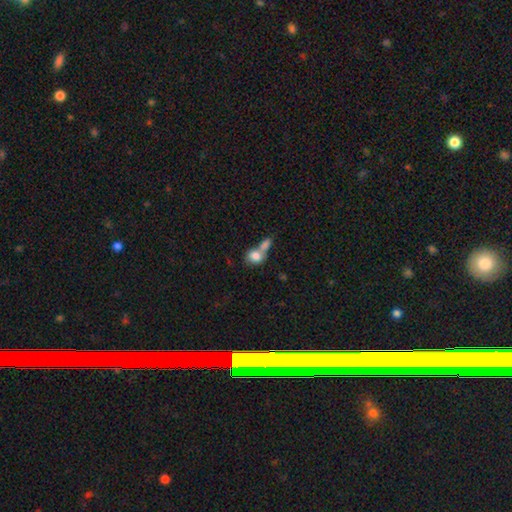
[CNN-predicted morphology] smooth 81%, featured or disk 12%, star or artifact 8%. Down the decision tree: how rounded — in between (51%); merging — merger (64%).